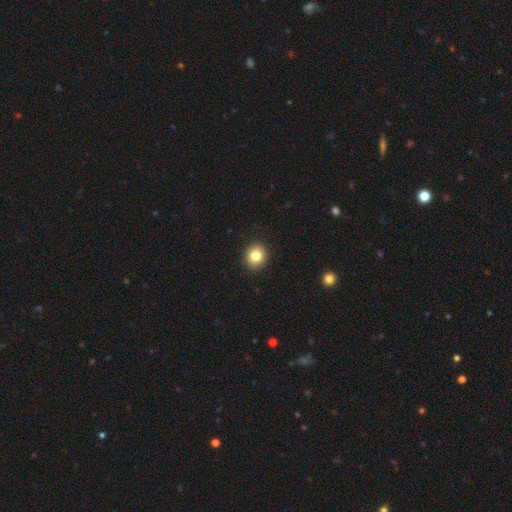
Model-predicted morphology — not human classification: This appears to be a smooth galaxy with no disk features (82%) that is round (80%). Merging: none (92%).